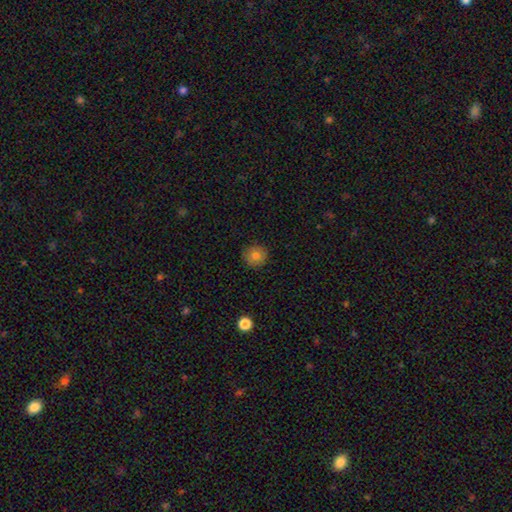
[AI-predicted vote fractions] smooth_or_featured: smooth (p=0.80) [alt: star or artifact p=0.11]
how_rounded: round (p=0.93) [alt: in between p=0.06]
merging: none (p=0.90) [alt: minor disturbance p=0.07]